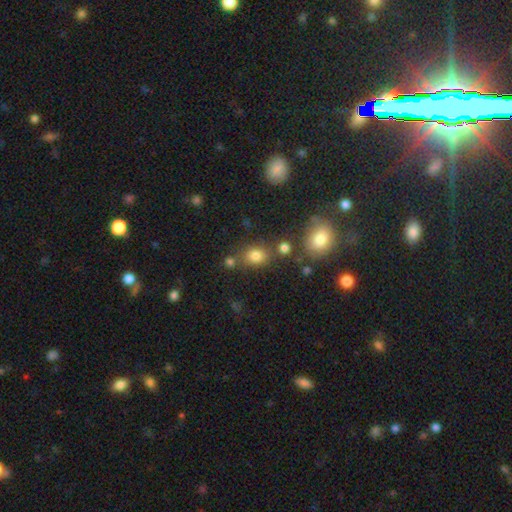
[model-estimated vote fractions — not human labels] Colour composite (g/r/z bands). It shows a smooth galaxy with no disk features (77%) that is round (53%). Merging: none (69%).